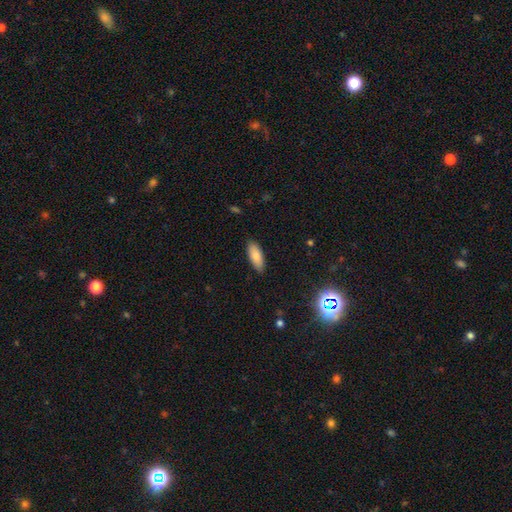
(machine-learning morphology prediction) This appears to be a smooth galaxy with no disk features (85%) that is in between round and cigar-shaped (75%). Merging: none (87%).